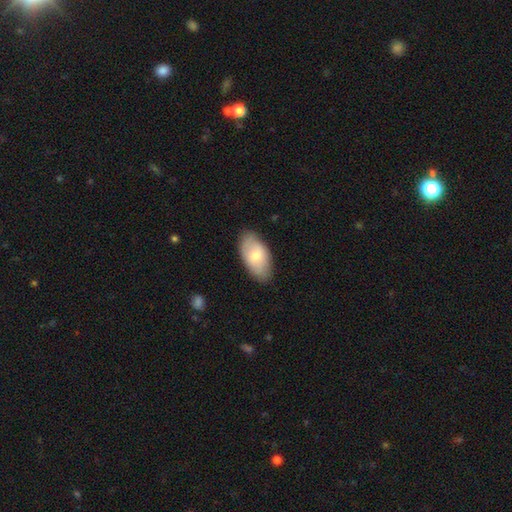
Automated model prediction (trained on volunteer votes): Smooth or featured? smooth (70%)
How rounded? in between (94%)
Merging? none (82%)